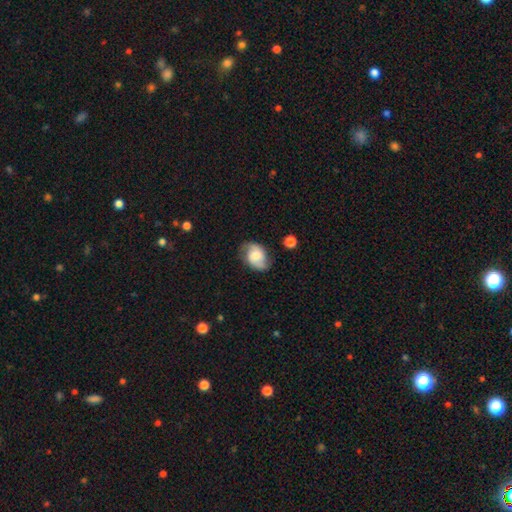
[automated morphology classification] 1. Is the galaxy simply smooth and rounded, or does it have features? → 56% featured or disk, 36% smooth, 8% star or artifact.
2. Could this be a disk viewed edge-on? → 97% no, 3% yes.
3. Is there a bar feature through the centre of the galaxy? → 52% no, 39% weak, 9% strong.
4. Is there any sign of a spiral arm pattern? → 89% yes, 11% no.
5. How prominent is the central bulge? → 42% moderate, 30% small, 16% large, 9% none, 3% dominant.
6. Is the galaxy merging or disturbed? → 69% none, 22% minor disturbance, 7% major disturbance, 2% merger.